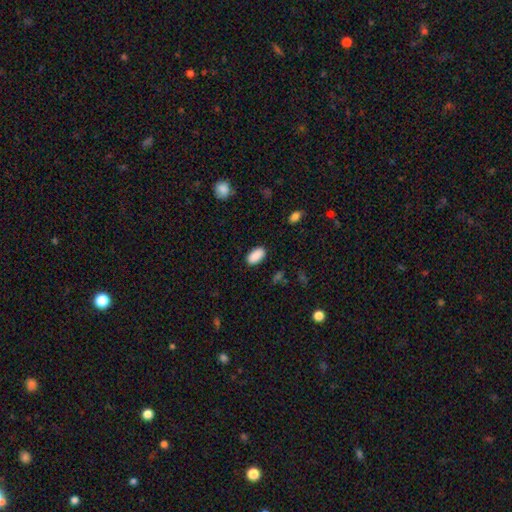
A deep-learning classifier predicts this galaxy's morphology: Smooth or featured? smooth (90%)
How rounded? in between (94%)
Merging? none (88%)